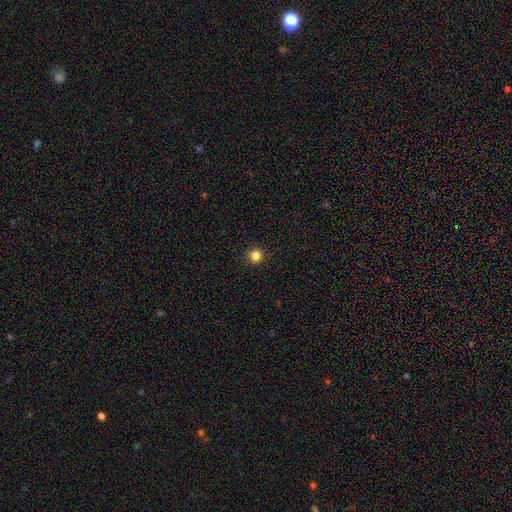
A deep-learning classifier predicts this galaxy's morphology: smooth_or_featured: smooth (p=0.84) [alt: star or artifact p=0.13]
how_rounded: round (p=0.92) [alt: in between p=0.07]
merging: none (p=0.92) [alt: minor disturbance p=0.05]